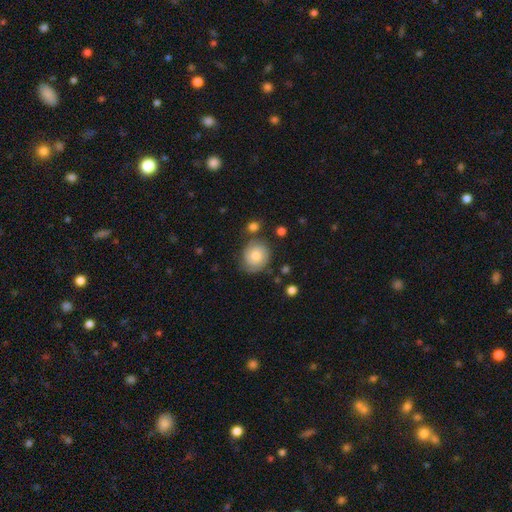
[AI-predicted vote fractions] Smooth or featured? featured or disk (60%)
Edge-on disk? no (98%)
Bar? no (73%)
Spiral arms? yes (91%)
Spiral winding? tight (67%)
Spiral arm count? 2 (67%)
Bulge size? moderate (53%)
Merging? none (74%)